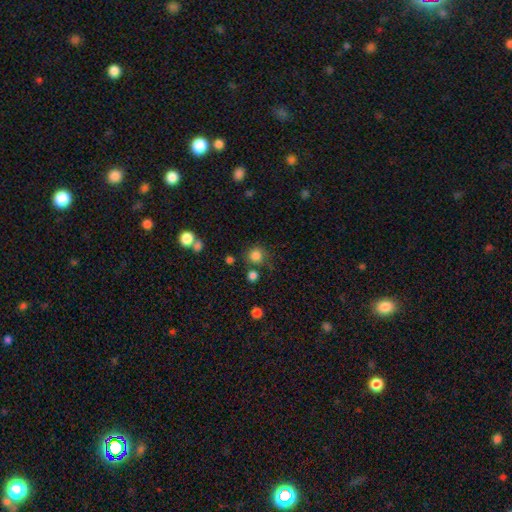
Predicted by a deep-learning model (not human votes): A smooth galaxy with no disk features (82%) that is round (90%).

Vote fractions:
- Smooth or featured? smooth: 82% / star or artifact: 13% / featured or disk: 5%
- How rounded? round: 90% / in between: 9% / cigar-shaped: 1%
- Merging? none: 72% / minor disturbance: 12% / merger: 10% / major disturbance: 5%